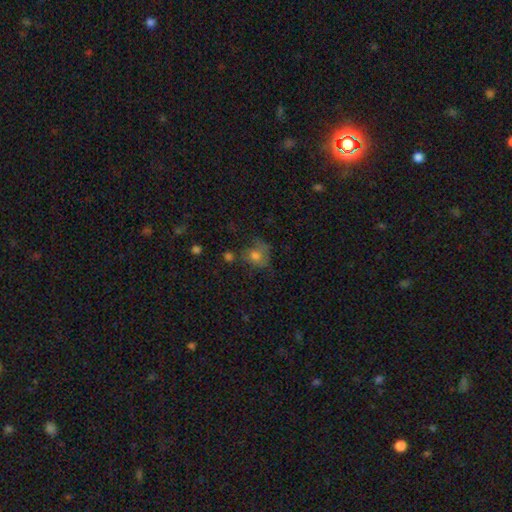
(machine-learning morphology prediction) Smooth or featured? smooth (66%)
How rounded? round (59%)
Merging? none (41%)